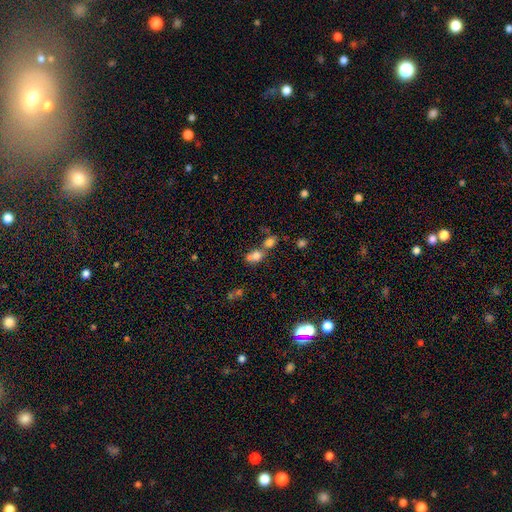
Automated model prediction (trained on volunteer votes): Smooth or featured? Predicted: smooth (p=0.72). How rounded? Predicted: round (p=0.54). Merging? Predicted: merger (p=0.59).